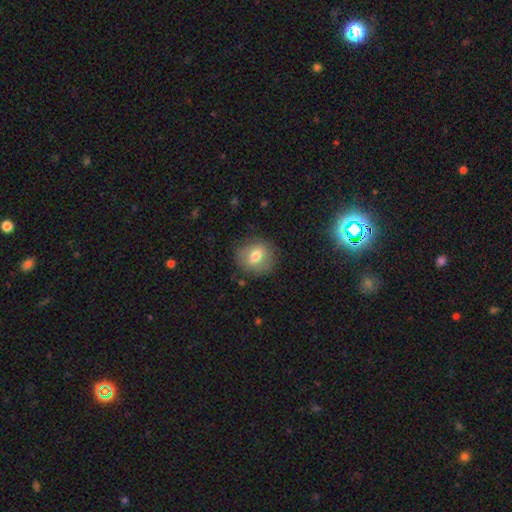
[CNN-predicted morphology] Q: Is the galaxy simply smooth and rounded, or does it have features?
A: smooth — 70%.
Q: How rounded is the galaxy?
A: round — 72%.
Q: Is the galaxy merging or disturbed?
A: none — 80%.